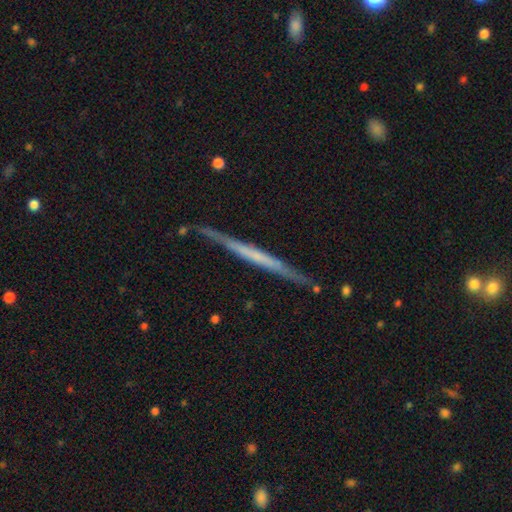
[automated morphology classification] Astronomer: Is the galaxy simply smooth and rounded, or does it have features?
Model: featured or disk — 65%.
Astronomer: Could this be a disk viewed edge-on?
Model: yes — 97%.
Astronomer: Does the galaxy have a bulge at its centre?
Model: none — 80%.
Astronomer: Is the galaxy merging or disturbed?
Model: none — 85%.